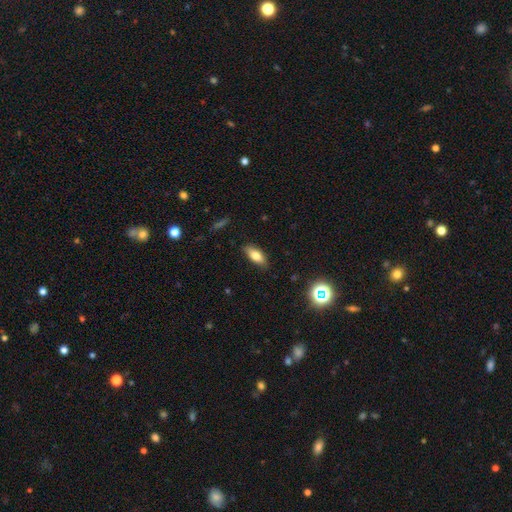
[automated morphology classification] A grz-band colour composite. It shows a smooth galaxy with no disk features (75%) that is in between round and cigar-shaped (78%). Merging: none (86%).